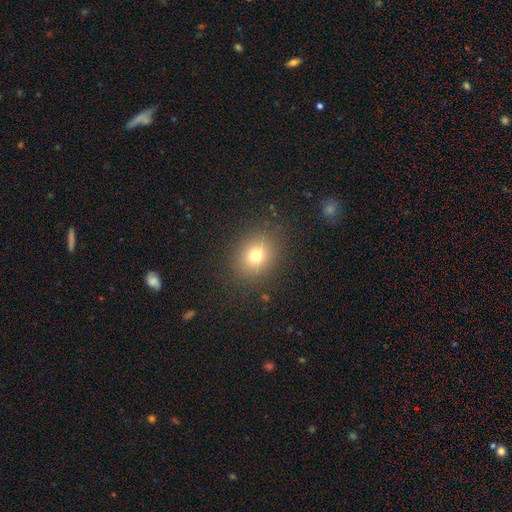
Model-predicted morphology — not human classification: Overall: smooth (75%). How rounded: round (63%; in between 37%). Merging: none (87%).